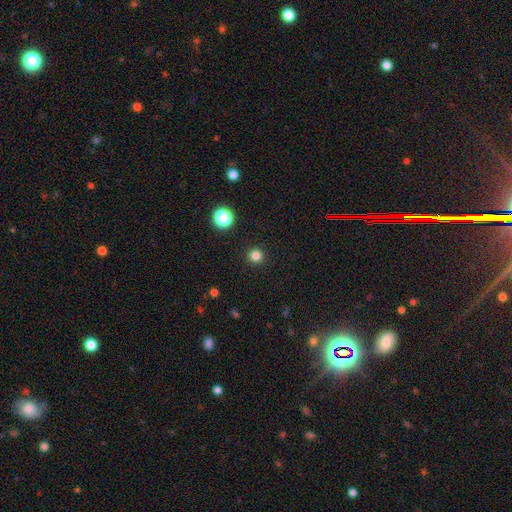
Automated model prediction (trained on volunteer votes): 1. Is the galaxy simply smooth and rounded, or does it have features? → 82% smooth, 14% star or artifact, 4% featured or disk.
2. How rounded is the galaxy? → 96% round, 4% in between, 1% cigar-shaped.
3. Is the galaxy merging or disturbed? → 93% none, 4% minor disturbance, 2% major disturbance, 1% merger.